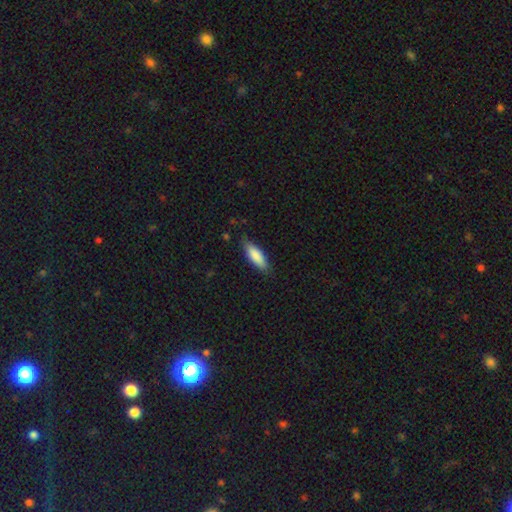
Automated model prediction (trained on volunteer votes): smooth-or-featured: smooth: 85% | featured or disk: 9% | star or artifact: 6%
  how-rounded: in between: 58% | cigar-shaped: 40% | round: 2%
  merging: none: 80% | minor disturbance: 16% | major disturbance: 3% | merger: 1%